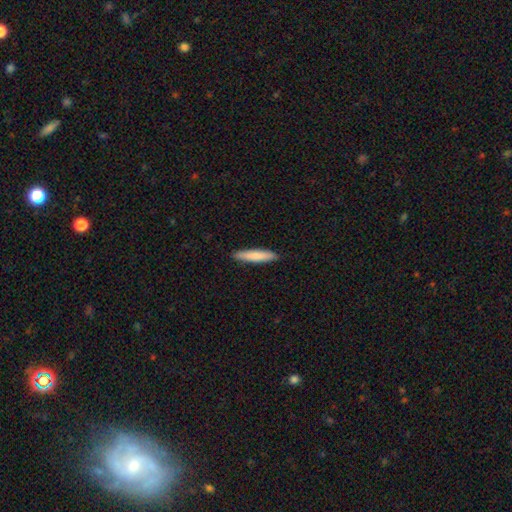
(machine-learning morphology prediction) Smooth or featured? Predicted: smooth (p=0.79). How rounded? Predicted: cigar-shaped (p=0.88). Merging? Predicted: none (p=0.90).